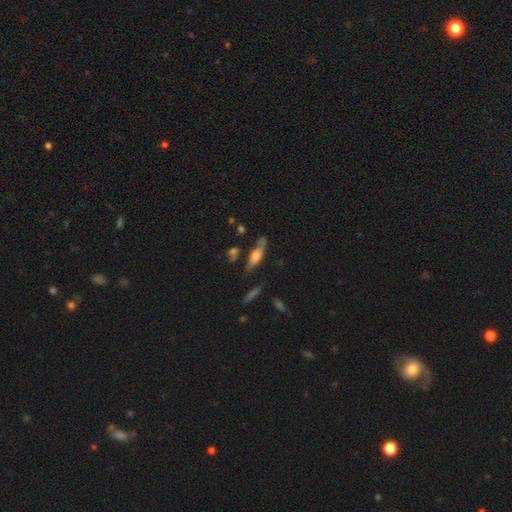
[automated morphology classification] Q: Smooth or featured?
A: featured or disk (46%); tied with: smooth (46%)
Q: Merging?
A: none (60%); runner-up: minor disturbance (24%)